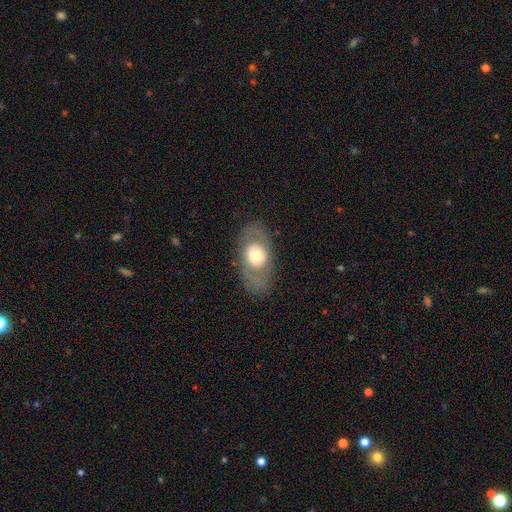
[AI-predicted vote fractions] Smooth or featured? Predicted: featured or disk (p=0.50). Edge-on disk? Predicted: no (p=0.88). Merging? Predicted: none (p=0.78).